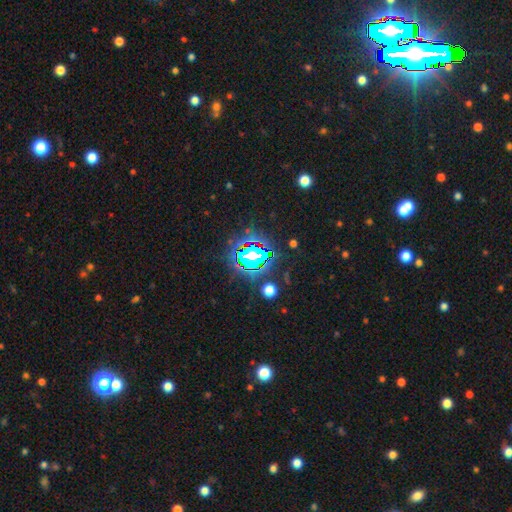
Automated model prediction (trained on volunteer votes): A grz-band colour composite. It shows a star or artifact, not a galaxy (73%).